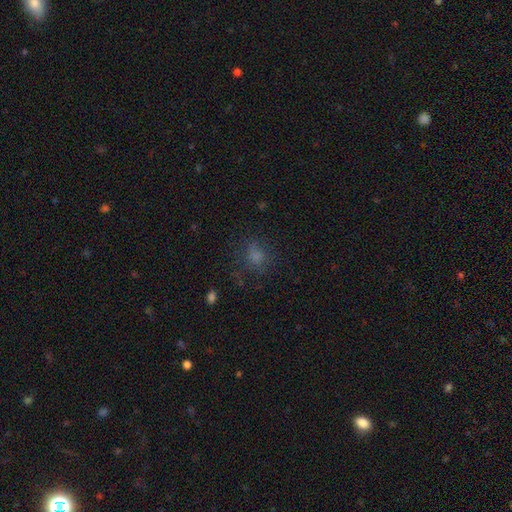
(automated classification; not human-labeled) Smooth or featured?
  - smooth: 68% *
  - star or artifact: 18%
  - featured or disk: 13%
How rounded?
  - round: 67% *
  - in between: 32%
  - cigar-shaped: 1%
Merging?
  - none: 61% *
  - minor disturbance: 20%
  - major disturbance: 17%
  - merger: 2%